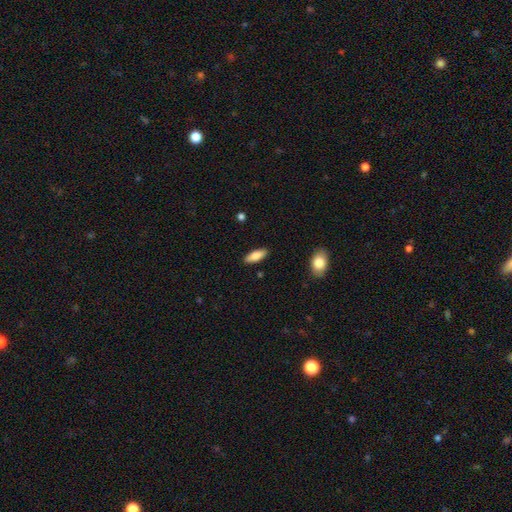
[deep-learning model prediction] A smooth galaxy with no disk features (83%) that is in between round and cigar-shaped (73%). Merging: none (88%).